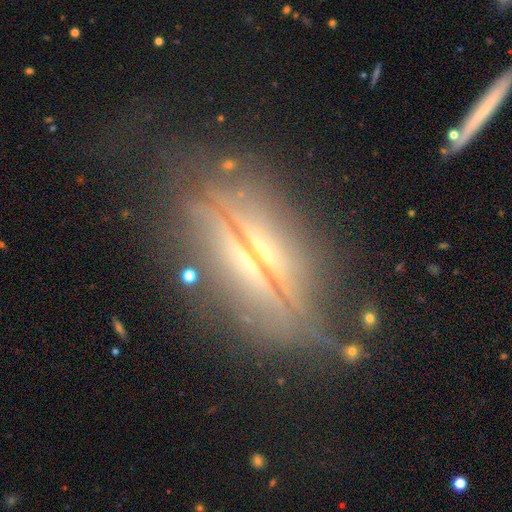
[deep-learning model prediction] Smooth or featured? featured or disk (74%)
Edge-on disk? yes (86%)
Edge-on bulge? rounded (73%)
Merging? none (69%)